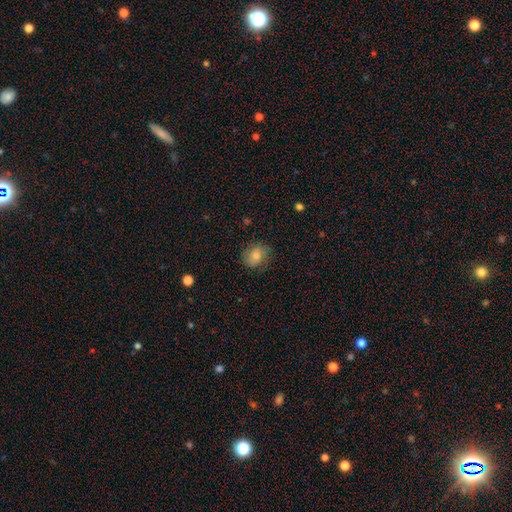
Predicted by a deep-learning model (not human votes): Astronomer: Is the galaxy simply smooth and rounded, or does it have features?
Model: smooth — 77%.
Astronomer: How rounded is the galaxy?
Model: round — 58% (runner-up: in between, 41%).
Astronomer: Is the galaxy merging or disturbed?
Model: none — 74%.